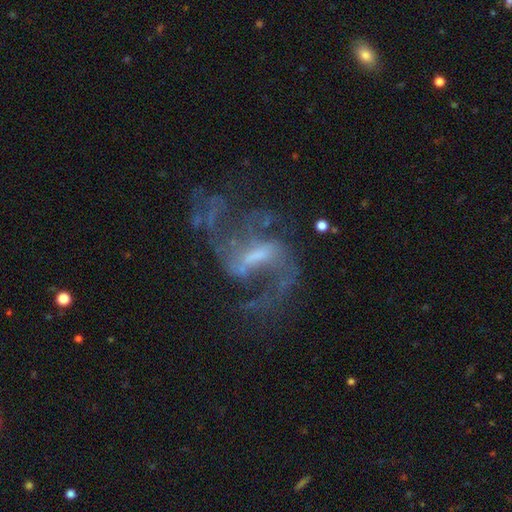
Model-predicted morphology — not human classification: A featured or disk galaxy (86%) with a weak bar (46%), 2 (76%) loose (59%) spiral arms (92%) and a small central bulge (36%). Merging: none (48%).